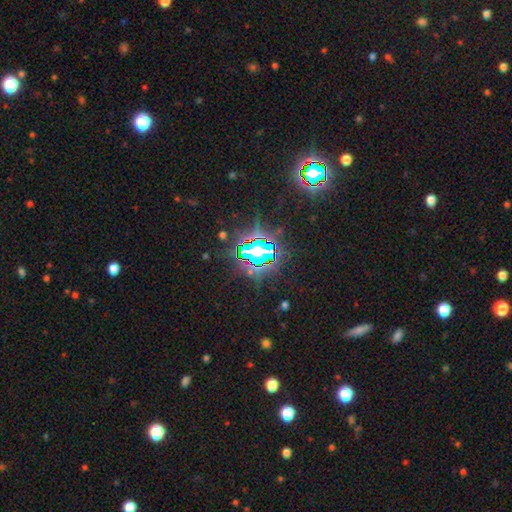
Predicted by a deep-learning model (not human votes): star or artifact 79%, smooth 12%, featured or disk 10%.